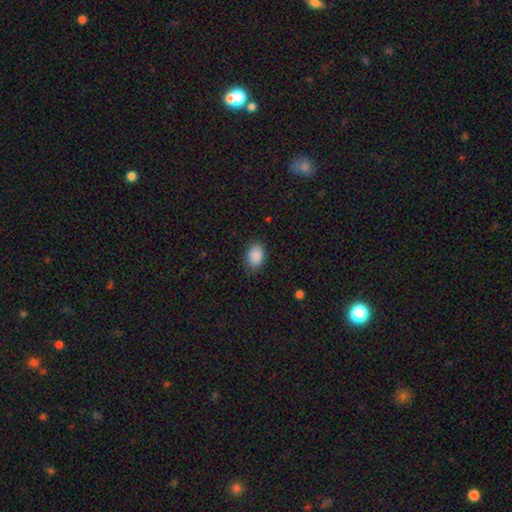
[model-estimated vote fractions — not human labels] This is clearly a smooth galaxy (89%). How rounded: clearly in between (81%). Merging: clearly none (83%).